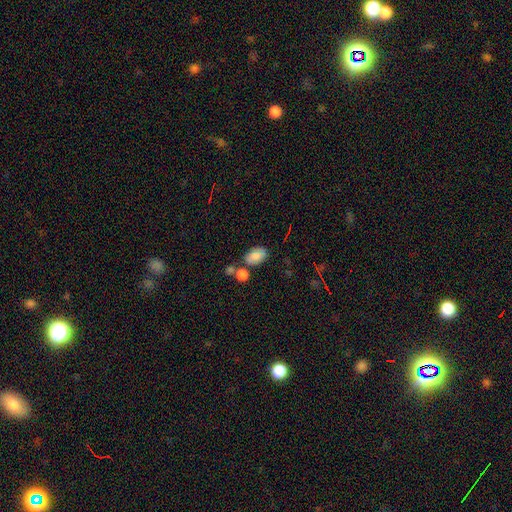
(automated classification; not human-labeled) This is likely a smooth galaxy (78%). How rounded: clearly in between (88%). Merging: possibly none (58%).